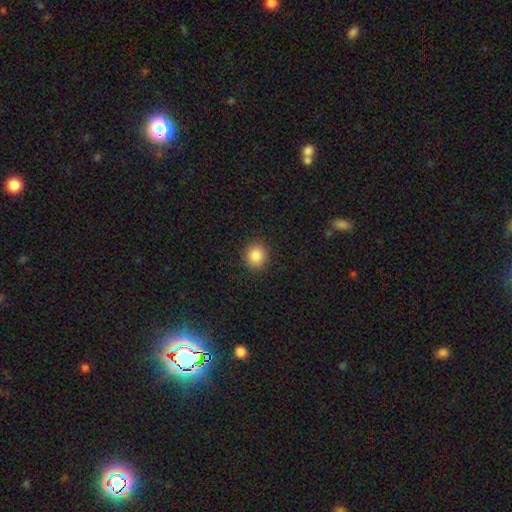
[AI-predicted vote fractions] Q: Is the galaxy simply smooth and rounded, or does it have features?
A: smooth — 85%.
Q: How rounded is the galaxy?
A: round — 83%.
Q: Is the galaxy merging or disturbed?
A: none — 91%.